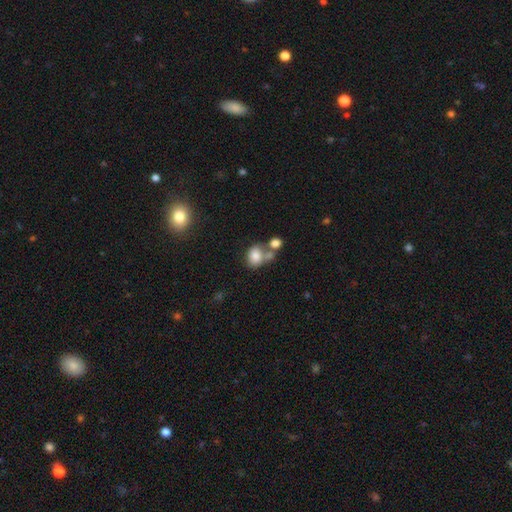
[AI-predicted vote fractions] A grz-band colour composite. It shows a smooth galaxy with no disk features (77%) that is in between round and cigar-shaped (54%). Merging: merger (41%).